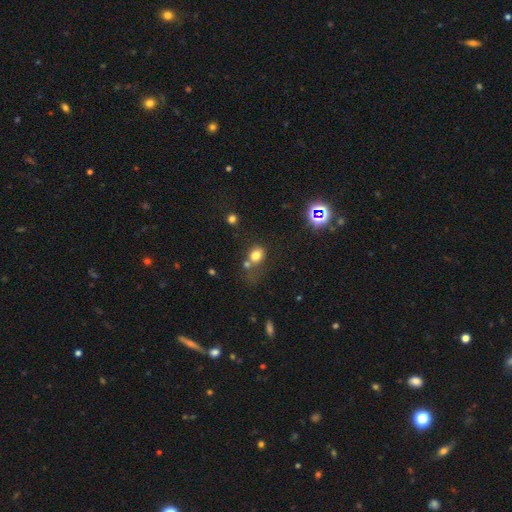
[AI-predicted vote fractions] Smooth or featured: smooth — 75% (star or artifact — 14%)
How rounded: round — 55% (in between — 44%)
Merging: none — 45% (merger — 27%)